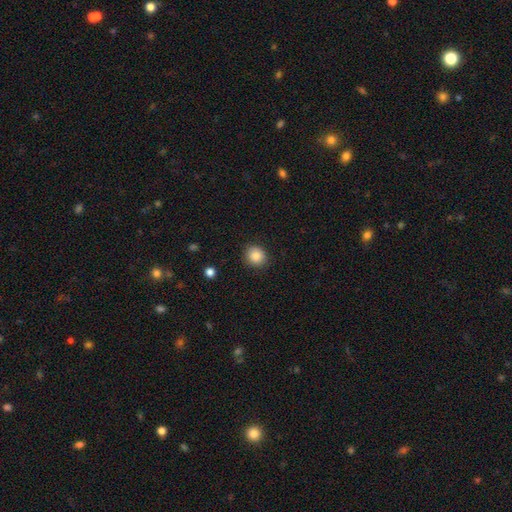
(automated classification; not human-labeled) A smooth galaxy with no disk features (86%) that is round (82%).

Vote fractions:
- Smooth or featured? smooth: 86% / star or artifact: 9% / featured or disk: 5%
- How rounded? round: 82% / in between: 18% / cigar-shaped: 1%
- Merging? none: 89% / minor disturbance: 8% / major disturbance: 2% / merger: 1%